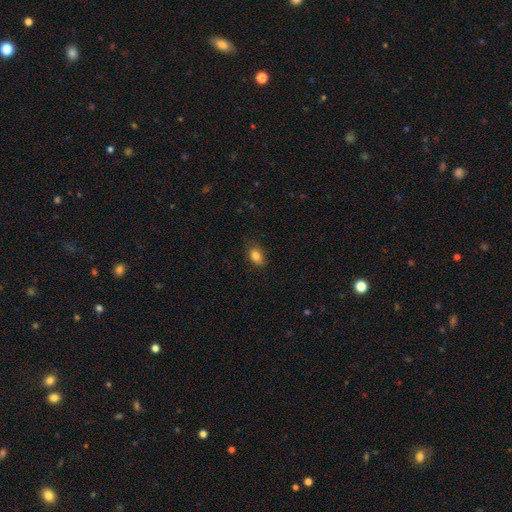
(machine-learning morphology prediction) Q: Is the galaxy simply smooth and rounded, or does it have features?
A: smooth — 84%.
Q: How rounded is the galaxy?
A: in between — 85%.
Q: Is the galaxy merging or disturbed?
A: none — 79%.